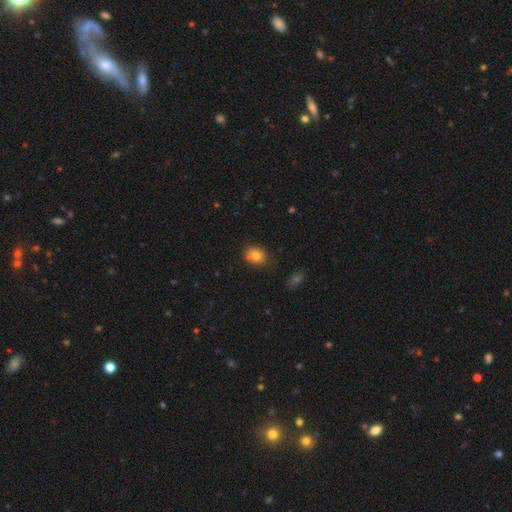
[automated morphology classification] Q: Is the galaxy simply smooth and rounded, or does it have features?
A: smooth — 79%.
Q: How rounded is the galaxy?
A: round — 51%.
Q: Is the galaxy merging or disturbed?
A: none — 74%.